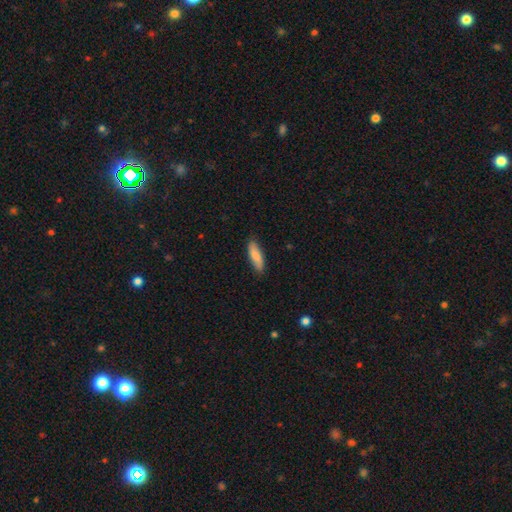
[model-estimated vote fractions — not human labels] Morphology: type=smooth (84%); roundness=cigar-shaped (51%); merging=none (85%).